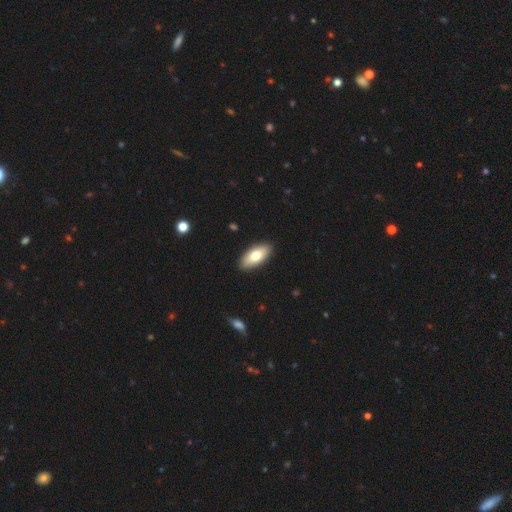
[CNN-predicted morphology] smooth-or-featured: smooth: 75% | featured or disk: 20% | star or artifact: 6%
  how-rounded: in between: 90% | cigar-shaped: 8% | round: 2%
  merging: none: 90% | minor disturbance: 7% | major disturbance: 2% | merger: 1%